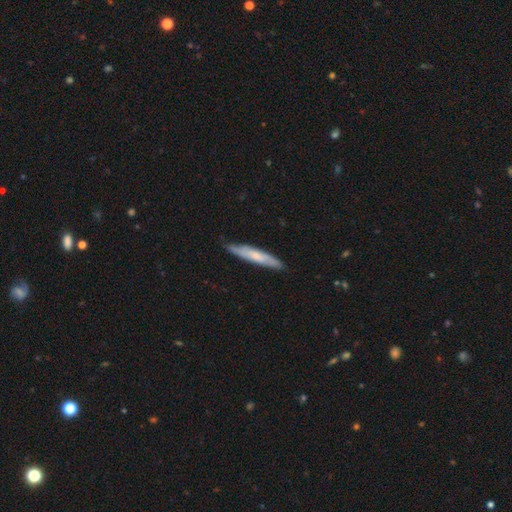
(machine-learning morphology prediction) Smooth or featured? Predicted: smooth (p=0.55). How rounded? Predicted: cigar-shaped (p=0.91). Merging? Predicted: none (p=0.82).